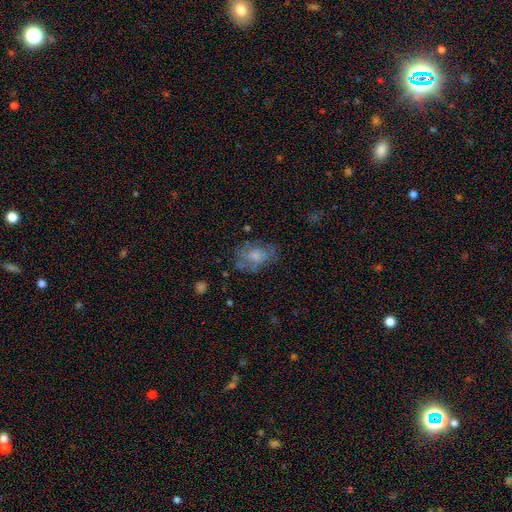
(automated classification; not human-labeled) smooth 56%, featured or disk 35%, star or artifact 10%. Down the decision tree: how rounded — in between (73%); merging — none (54%).